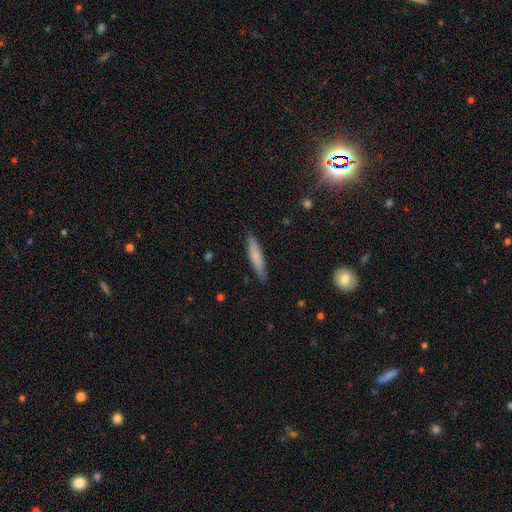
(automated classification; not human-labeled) Smooth or featured? smooth (72%)
How rounded? cigar-shaped (88%)
Merging? none (86%)